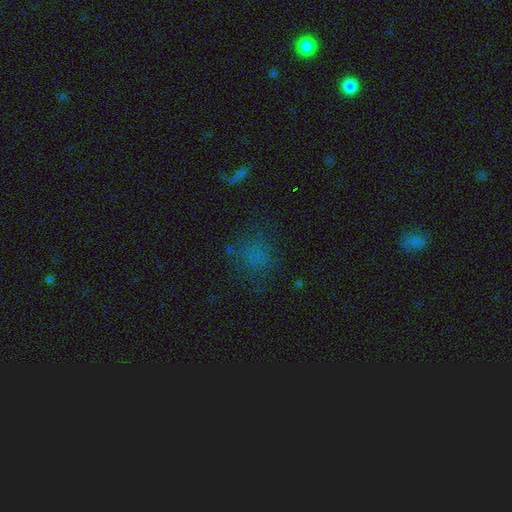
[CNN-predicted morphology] smooth_or_featured: smooth (p=0.59) [alt: star or artifact p=0.28]
how_rounded: round (p=0.73) [alt: in between p=0.25]
merging: none (p=0.67) [alt: minor disturbance p=0.17]